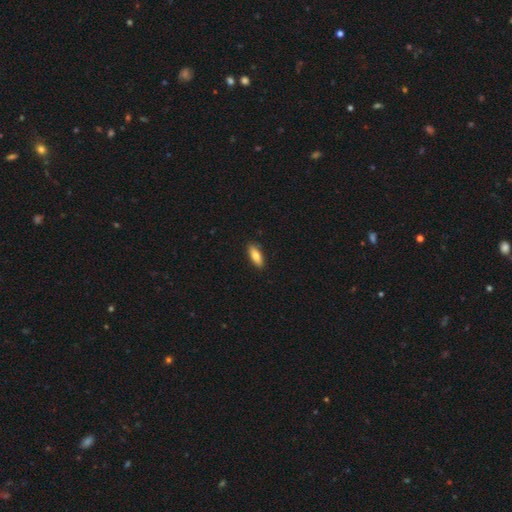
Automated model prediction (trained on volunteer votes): This appears to be a smooth galaxy with no disk features (79%) that is in between round and cigar-shaped (74%). Merging: none (89%).